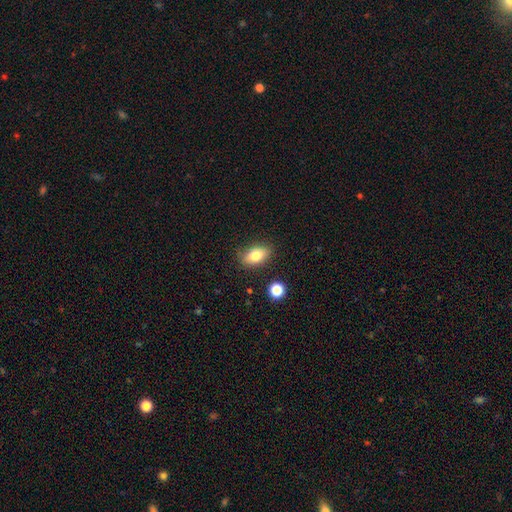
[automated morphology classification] smooth_or_featured: smooth (p=0.77) [alt: featured or disk p=0.14]
how_rounded: in between (p=0.85) [alt: round p=0.11]
merging: none (p=0.83) [alt: minor disturbance p=0.11]